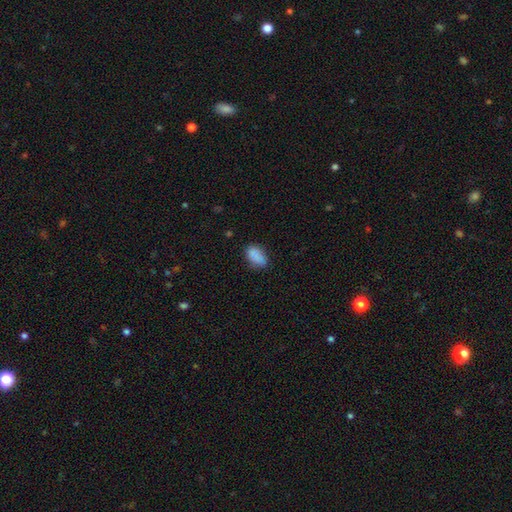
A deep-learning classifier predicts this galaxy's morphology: Q: Smooth or featured?
A: smooth (83%); runner-up: featured or disk (9%)
Q: How rounded?
A: in between (89%); runner-up: round (9%)
Q: Merging?
A: none (62%); runner-up: minor disturbance (24%)